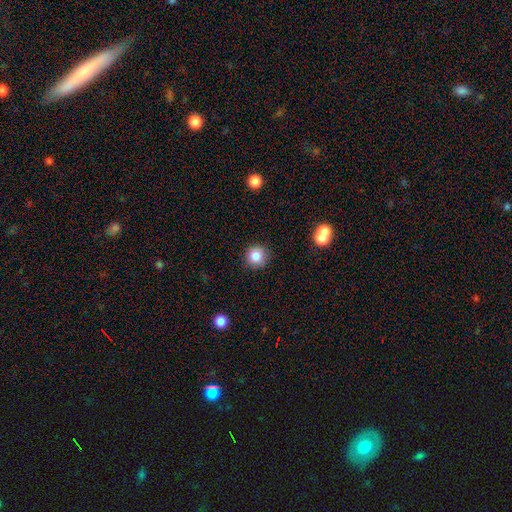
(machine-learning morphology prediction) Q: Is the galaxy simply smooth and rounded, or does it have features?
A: smooth — 83%.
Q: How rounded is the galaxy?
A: round — 94%.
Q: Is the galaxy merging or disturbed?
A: none — 89%.